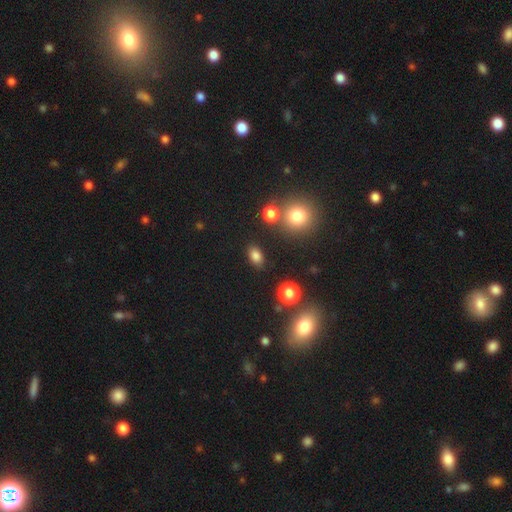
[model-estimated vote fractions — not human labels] Morphology: type=smooth (81%); roundness=in between (83%); merging=none (84%).